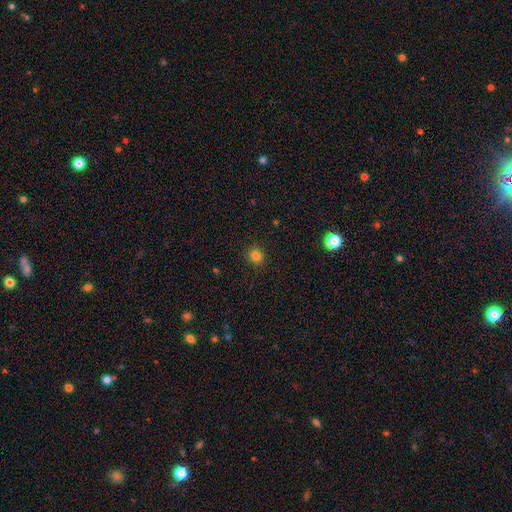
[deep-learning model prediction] Morphology: type=smooth (81%); roundness=round (81%); merging=none (90%).